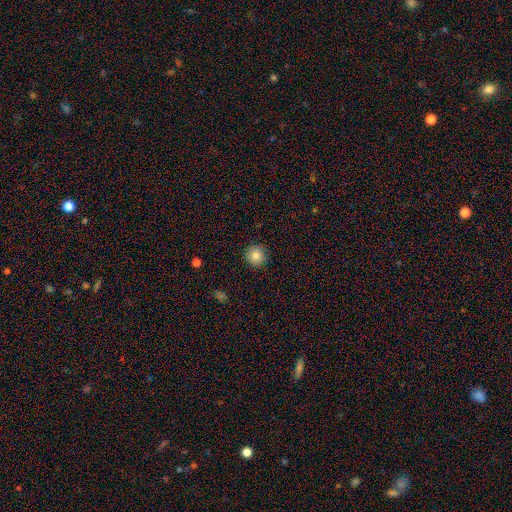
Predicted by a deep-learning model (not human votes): Smooth or featured? smooth (83%)
How rounded? round (95%)
Merging? none (90%)